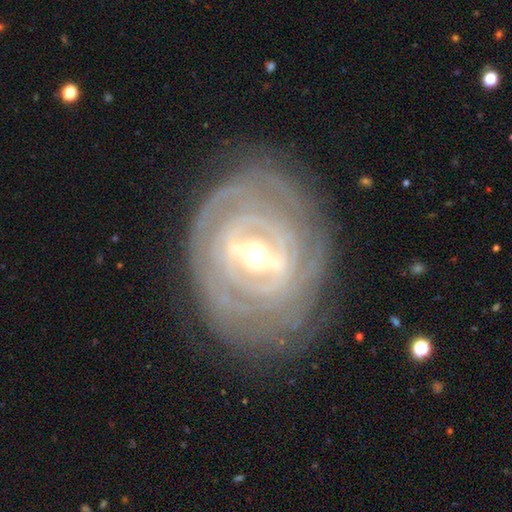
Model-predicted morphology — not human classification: A featured or disk galaxy (87%) with a strong bar (59%), tight (81%) spiral arms (86%) and a moderate central bulge (59%). Merging: none (79%).